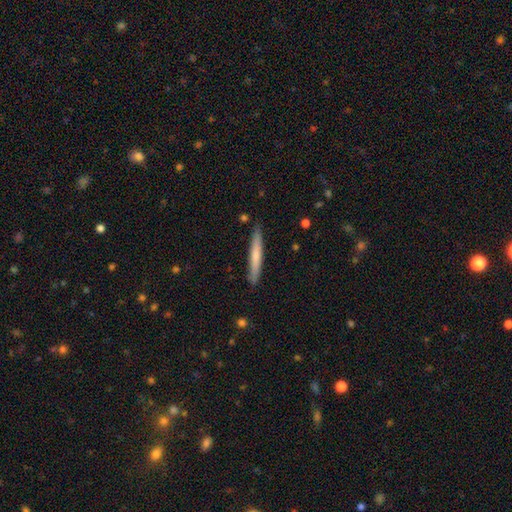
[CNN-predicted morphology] Smooth or featured? smooth (64%)
How rounded? cigar-shaped (96%)
Merging? none (88%)